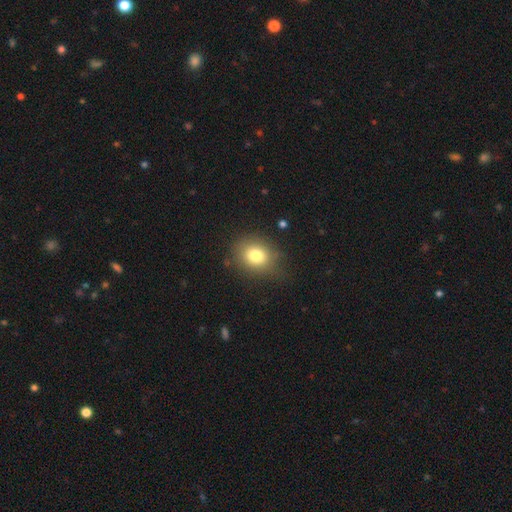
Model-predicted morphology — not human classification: Q: Smooth or featured?
A: smooth (79%); runner-up: star or artifact (11%)
Q: How rounded?
A: round (56%); runner-up: in between (43%)
Q: Merging?
A: none (77%); runner-up: minor disturbance (16%)